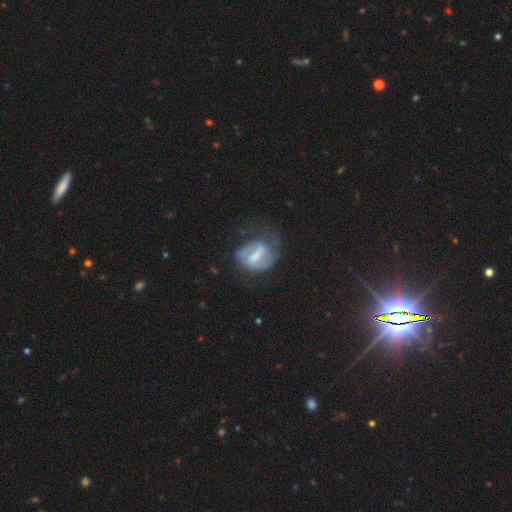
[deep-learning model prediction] Q: Smooth or featured?
A: featured or disk (67%); runner-up: smooth (25%)
Q: Edge-on disk?
A: no (94%); runner-up: yes (6%)
Q: Bar?
A: strong (60%); runner-up: weak (31%)
Q: Spiral arms?
A: yes (62%); runner-up: no (38%)
Q: Bulge size?
A: moderate (32%); runner-up: none (30%)
Q: Merging?
A: none (43%); runner-up: major disturbance (28%)